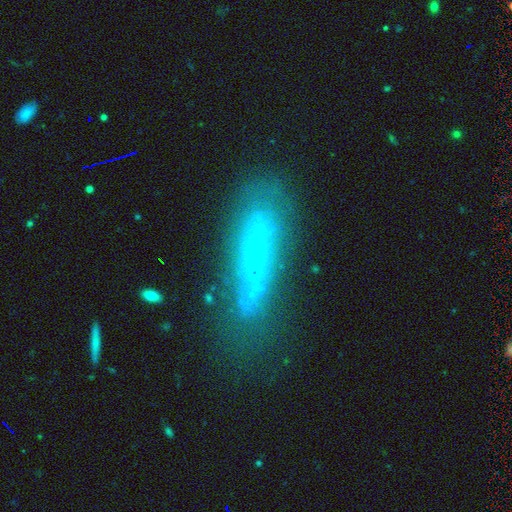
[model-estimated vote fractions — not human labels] This is possibly a smooth galaxy (47%). Merging: possibly none (55%).